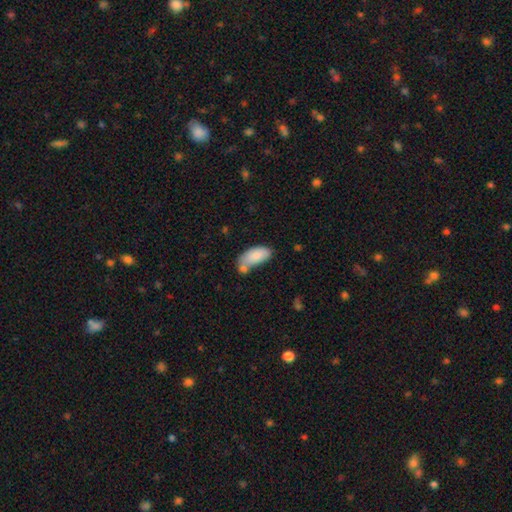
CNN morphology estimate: smooth_or_featured: smooth (p=0.84) [alt: featured or disk p=0.09]
how_rounded: in between (p=0.90) [alt: cigar-shaped p=0.08]
merging: none (p=0.43) [alt: merger p=0.25]